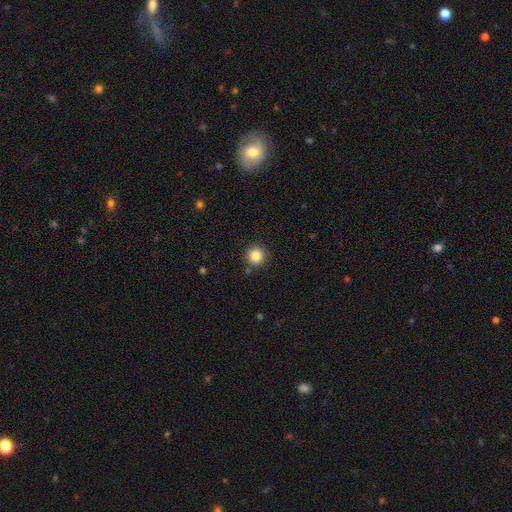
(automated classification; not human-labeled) smooth 84%, star or artifact 11%, featured or disk 5%. Down the decision tree: how rounded — round (94%); merging — none (89%).